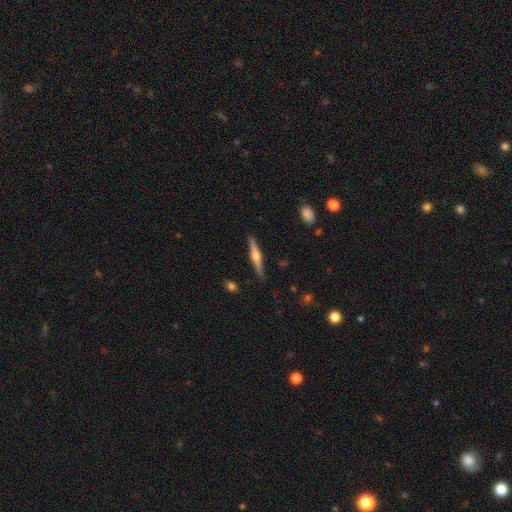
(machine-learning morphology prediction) Smooth or featured: featured or disk — 67% (smooth — 27%)
Edge-on disk: yes — 98% (no — 2%)
Edge-on bulge: rounded — 92% (boxy — 5%)
Merging: none — 89% (minor disturbance — 8%)